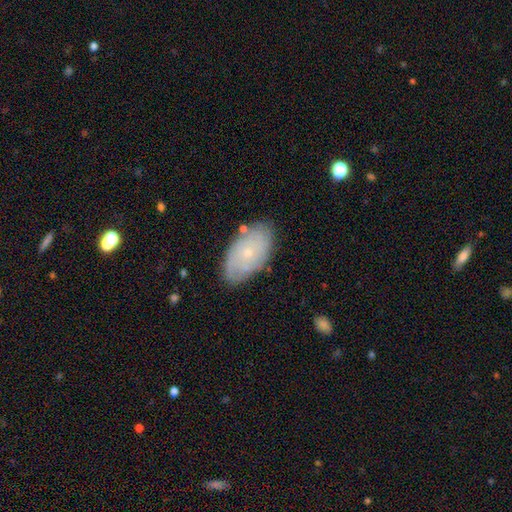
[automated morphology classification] Smooth or featured? featured or disk (49%)
Merging? none (77%)